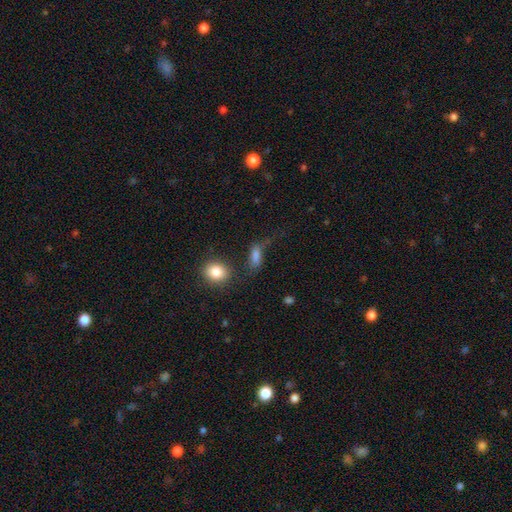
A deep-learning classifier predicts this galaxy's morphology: Smooth or featured? smooth (72%)
How rounded? in between (71%)
Merging? none (39%)